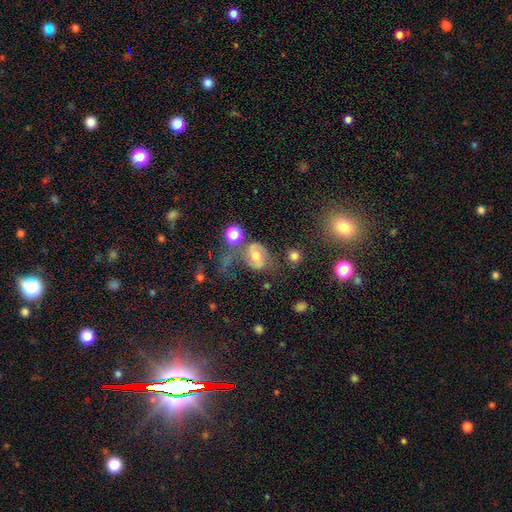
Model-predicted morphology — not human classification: Smooth or featured? Predicted: smooth (p=0.42). Merging? Predicted: none (p=0.48).